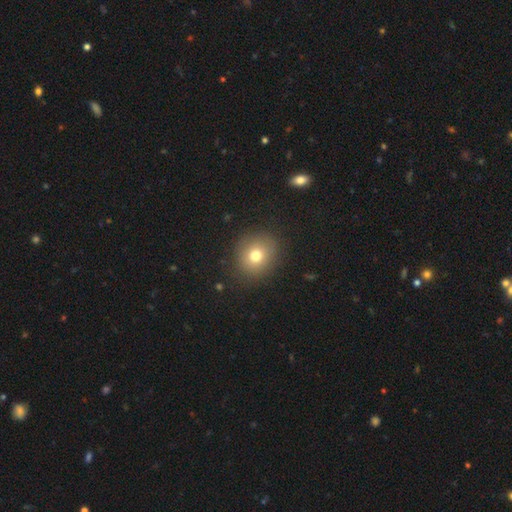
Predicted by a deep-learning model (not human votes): Smooth or featured: smooth — 74% (star or artifact — 13%)
How rounded: round — 78% (in between — 21%)
Merging: none — 86% (minor disturbance — 9%)